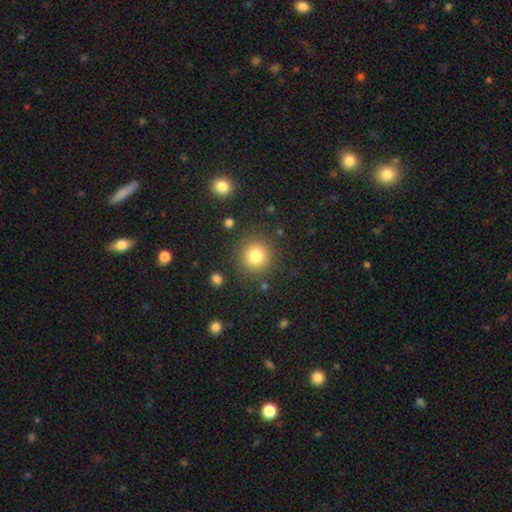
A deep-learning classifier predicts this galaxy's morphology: Smooth or featured: smooth — 81% (star or artifact — 12%)
How rounded: round — 93% (in between — 6%)
Merging: none — 86% (minor disturbance — 7%)